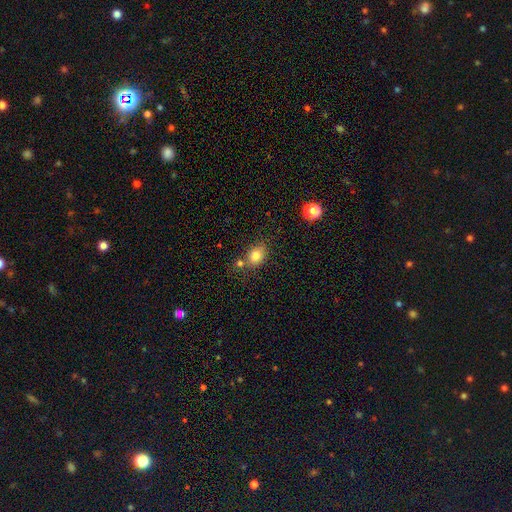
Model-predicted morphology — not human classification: A smooth galaxy with no disk features (79%) that is in between round and cigar-shaped (54%).

Vote fractions:
- Smooth or featured? smooth: 79% / star or artifact: 11% / featured or disk: 9%
- How rounded? in between: 54% / round: 45% / cigar-shaped: 1%
- Merging? none: 65% / merger: 15% / minor disturbance: 15% / major disturbance: 4%